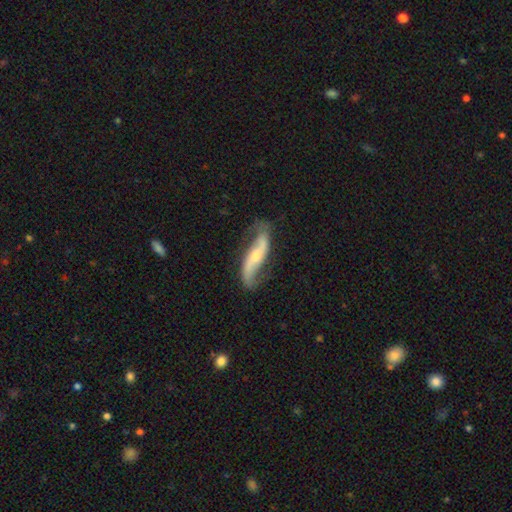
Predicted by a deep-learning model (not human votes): A featured or disk galaxy (83%) with no bar (40%), 2 (91%) loose (78%) spiral arms (94%) and a small central bulge (54%).

Vote fractions:
- Smooth or featured? featured or disk: 83% / smooth: 12% / star or artifact: 5%
- Edge-on disk? no: 86% / yes: 14%
- Bar? no: 40% / strong: 32% / weak: 28%
- Spiral arms? yes: 94% / no: 6%
- Spiral winding? loose: 78% / medium: 16% / tight: 6%
- Spiral arm count? 2: 91% / 1: 3% / can't tell: 3% / 3: 1% / 4: 1% / more than 4: 1%
- Bulge size? small: 54% / moderate: 40% / large: 2% / none: 2% / dominant: 1%
- Merging? none: 71% / minor disturbance: 19% / major disturbance: 8% / merger: 2%